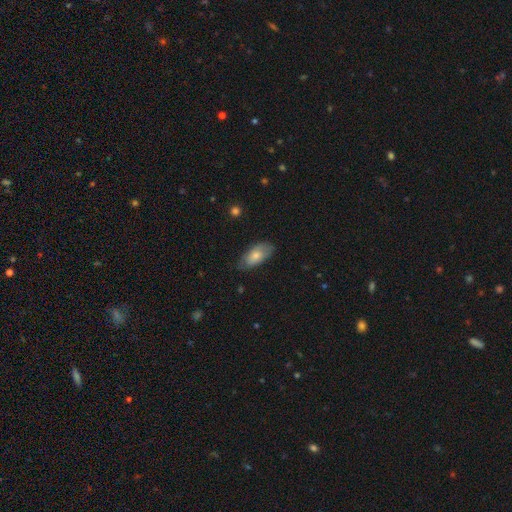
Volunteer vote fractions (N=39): Smooth or featured: smooth — 72% (featured or disk — 21%)
How rounded: in between — 96% (round — 4%)
Merging: none — 72% (minor disturbance — 25%)